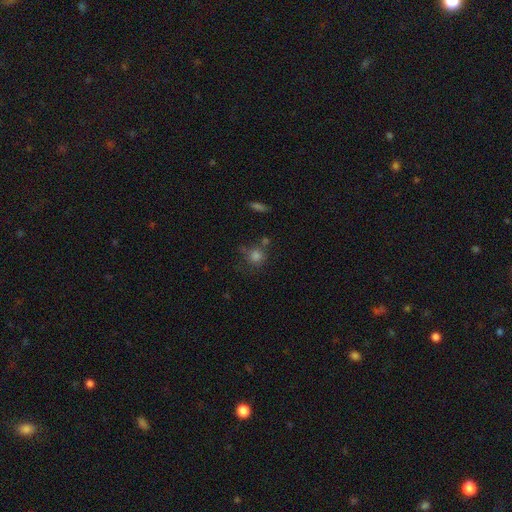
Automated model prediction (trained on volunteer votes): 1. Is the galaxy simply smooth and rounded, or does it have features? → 76% smooth, 15% star or artifact, 9% featured or disk.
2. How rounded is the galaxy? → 87% round, 12% in between, 1% cigar-shaped.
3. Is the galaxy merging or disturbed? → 62% none, 16% minor disturbance, 13% merger, 9% major disturbance.